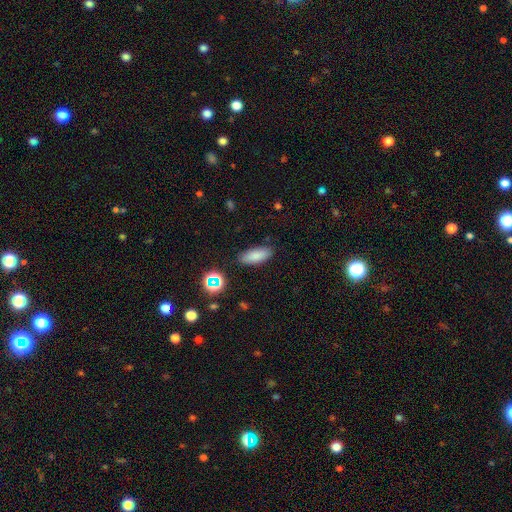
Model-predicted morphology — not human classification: A smooth galaxy with no disk features (82%) that is in between round and cigar-shaped (75%). Merging: none (85%).